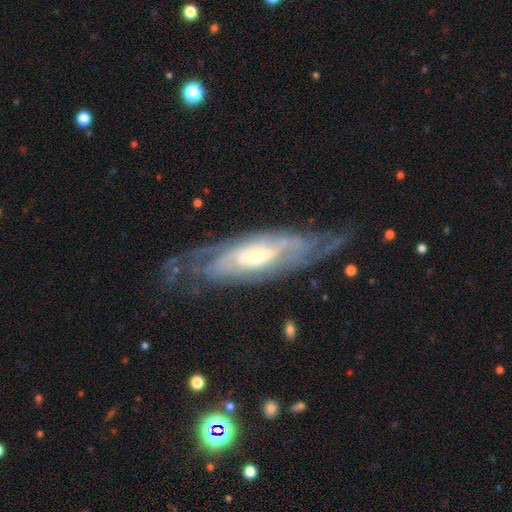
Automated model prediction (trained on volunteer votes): Overall: featured or disk (85%). Edge-on disk: no (80%). Bar: no (43%; weak 38%). Spiral arms: yes (91%). Spiral arm count: can't tell (50%; 2 24%). Spiral winding: tight (60%; medium 31%). Bulge size: small (47%; moderate 45%). Merging: none (68%).